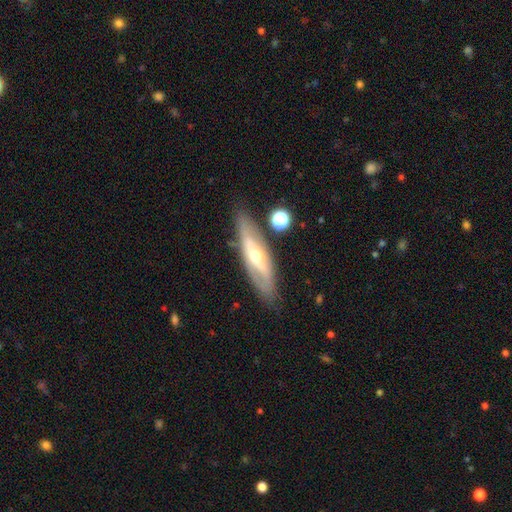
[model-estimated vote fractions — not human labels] Smooth or featured? featured or disk (70%)
Edge-on disk? no (56%)
Merging? none (79%)